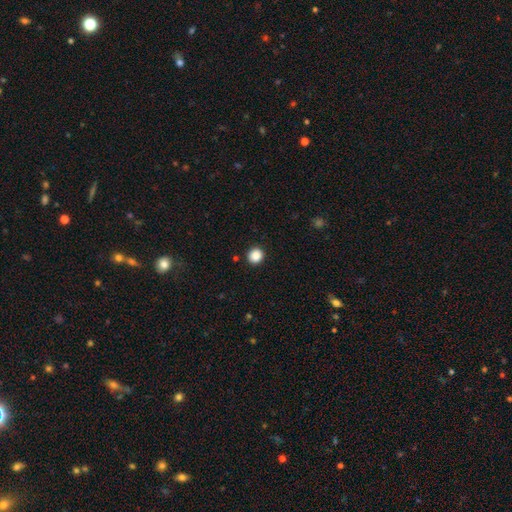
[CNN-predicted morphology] A smooth galaxy with no disk features (88%) that is round (89%).

Vote fractions:
- Smooth or featured? smooth: 88% / star or artifact: 10% / featured or disk: 2%
- How rounded? round: 89% / in between: 10% / cigar-shaped: 1%
- Merging? none: 92% / minor disturbance: 5% / major disturbance: 2% / merger: 1%